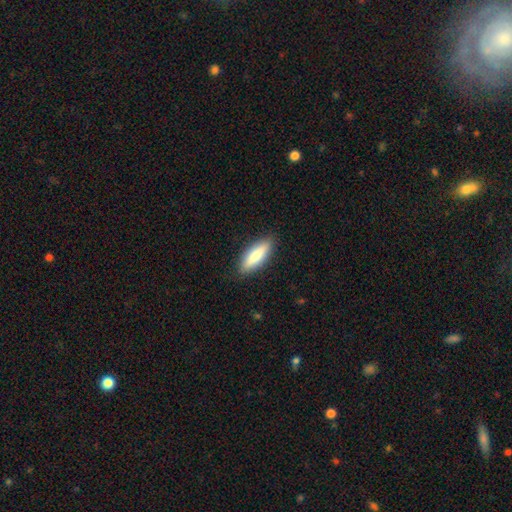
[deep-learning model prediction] Smooth or featured: smooth — 78% (featured or disk — 16%)
How rounded: in between — 51% (cigar-shaped — 48%)
Merging: none — 87% (minor disturbance — 10%)